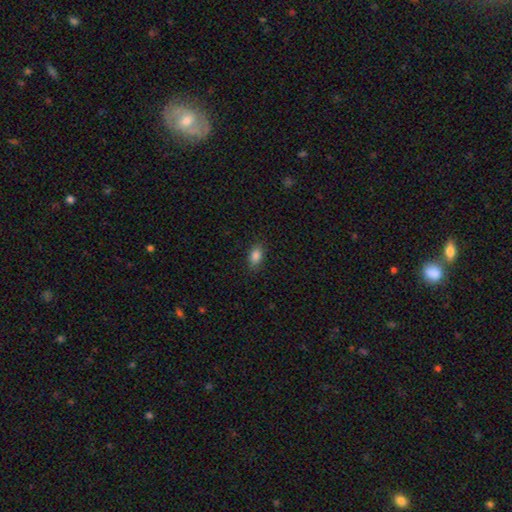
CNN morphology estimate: smooth-or-featured: smooth: 86% | star or artifact: 9% | featured or disk: 5%
  how-rounded: in between: 87% | round: 10% | cigar-shaped: 4%
  merging: none: 85% | minor disturbance: 11% | major disturbance: 3% | merger: 1%